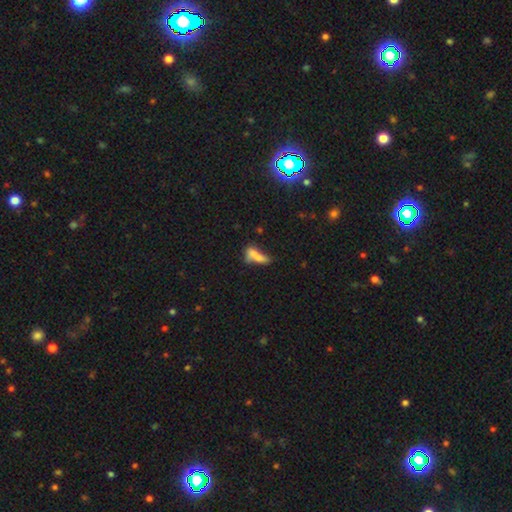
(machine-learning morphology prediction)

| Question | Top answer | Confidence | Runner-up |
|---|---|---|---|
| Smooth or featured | smooth | 66% | featured or disk (21%) |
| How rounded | in between | 52% | cigar-shaped (42%) |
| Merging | merger | 42% | none (27%) |